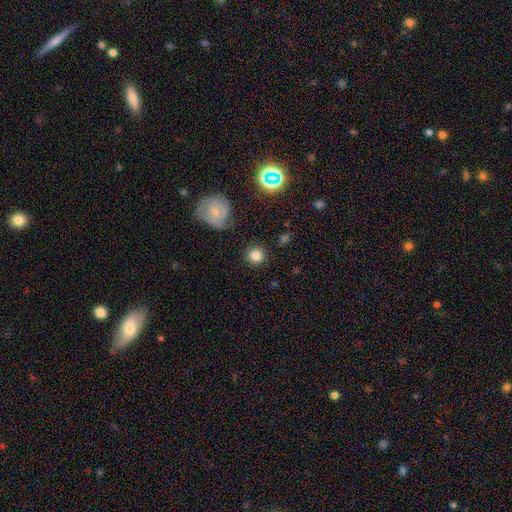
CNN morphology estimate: smooth-or-featured: smooth: 81% | star or artifact: 12% | featured or disk: 7%
  how-rounded: round: 93% | in between: 6% | cigar-shaped: 1%
  merging: none: 87% | minor disturbance: 8% | major disturbance: 3% | merger: 2%